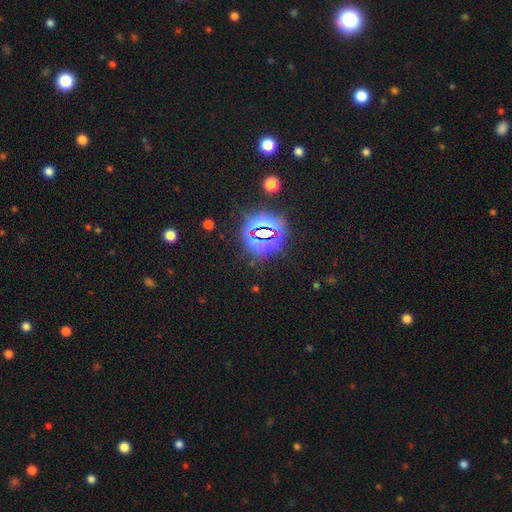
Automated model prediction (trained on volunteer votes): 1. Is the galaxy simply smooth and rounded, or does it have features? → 82% star or artifact, 11% smooth, 7% featured or disk.